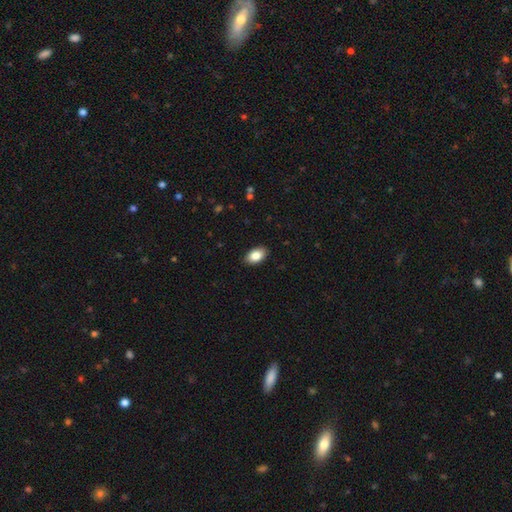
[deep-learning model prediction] The model was most divided on "smooth or featured": smooth: 86%, star or artifact: 7%, featured or disk: 7%. More confident: how rounded — in between (91%); merging — none (89%).